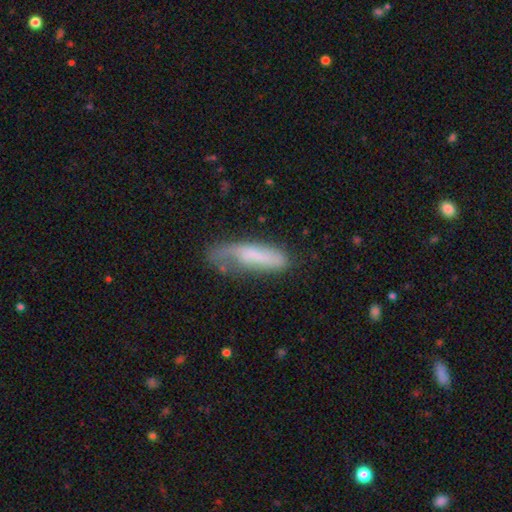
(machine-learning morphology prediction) Smooth or featured? smooth (61%)
How rounded? cigar-shaped (58%)
Merging? none (37%)